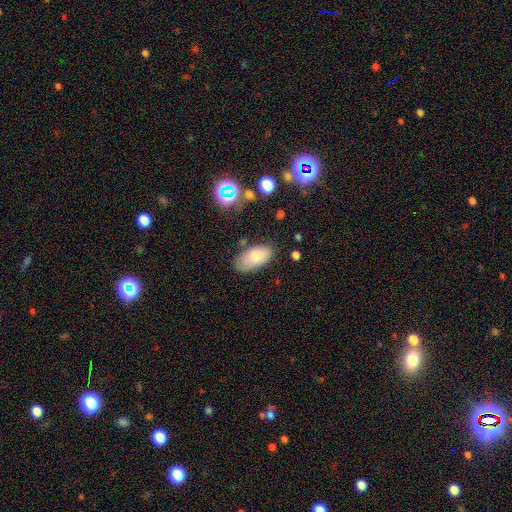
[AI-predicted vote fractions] Smooth or featured: smooth — 76% (featured or disk — 16%)
How rounded: in between — 94% (round — 3%)
Merging: none — 75% (minor disturbance — 18%)